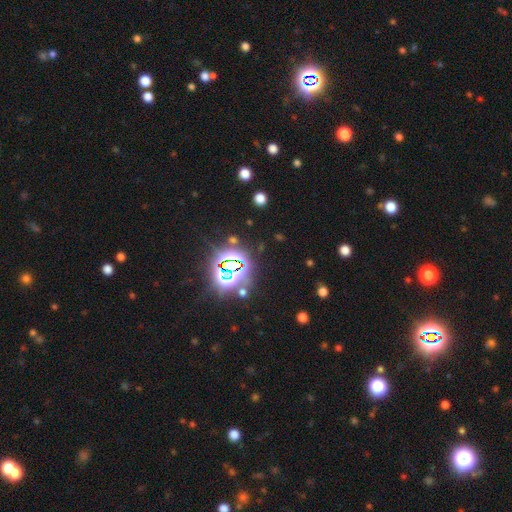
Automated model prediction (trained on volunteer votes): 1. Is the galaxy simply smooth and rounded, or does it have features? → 84% star or artifact, 10% smooth, 6% featured or disk.